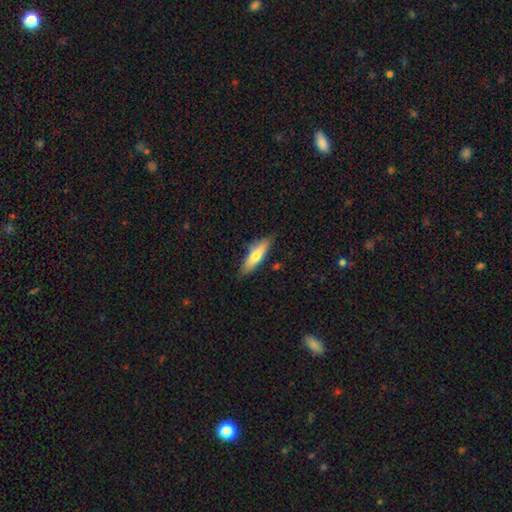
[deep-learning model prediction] Overall: smooth (65%; featured or disk 29%). How rounded: cigar-shaped (60%; in between 38%). Merging: none (80%).